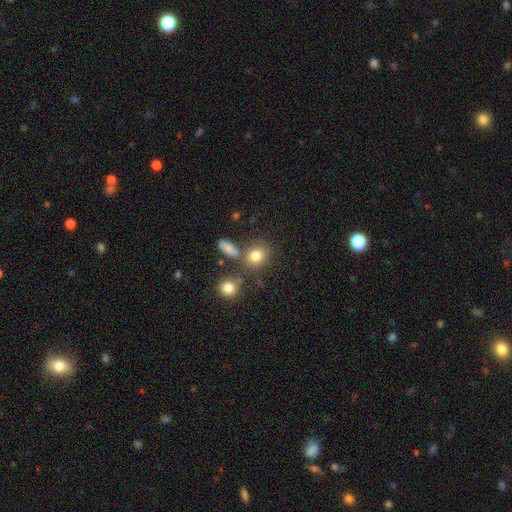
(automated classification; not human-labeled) Overall: smooth (79%). How rounded: round (70%). Merging: none (68%).